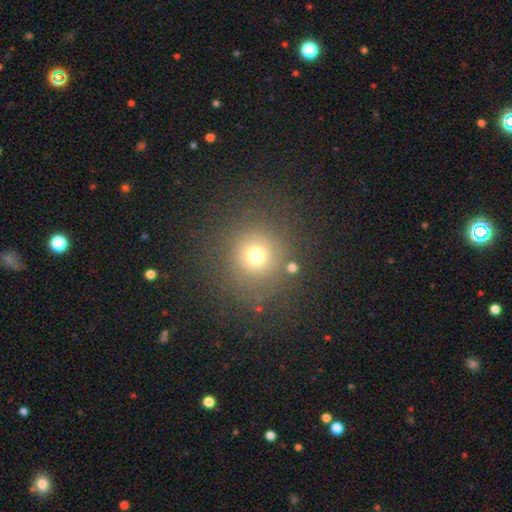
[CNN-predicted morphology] Smooth or featured? smooth (69%)
How rounded? round (93%)
Merging? none (80%)